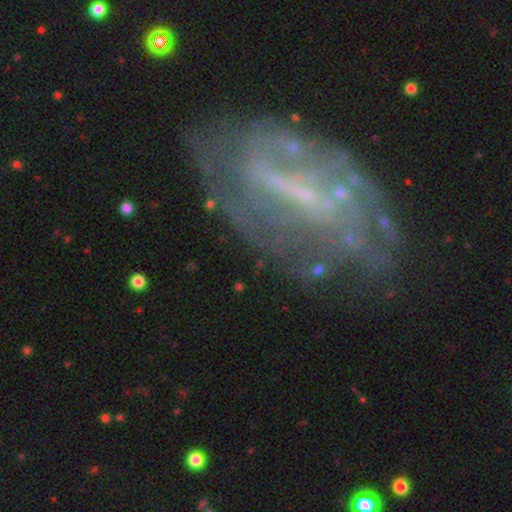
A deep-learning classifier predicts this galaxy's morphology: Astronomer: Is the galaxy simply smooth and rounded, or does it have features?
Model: featured or disk — 75%.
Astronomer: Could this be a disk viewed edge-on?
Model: no — 92%.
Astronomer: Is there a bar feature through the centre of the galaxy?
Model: weak — 37%, tied with strong at 37%.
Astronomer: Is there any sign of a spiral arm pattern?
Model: yes — 54% (runner-up: no, 46%).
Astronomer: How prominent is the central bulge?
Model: small — 47% (runner-up: none, 38%).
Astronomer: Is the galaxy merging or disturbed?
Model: none — 55%.